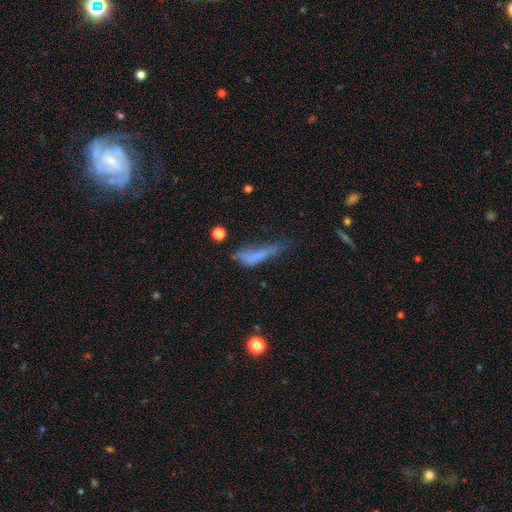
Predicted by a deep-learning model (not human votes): Morphology: type=smooth (56%); roundness=cigar-shaped (64%); merging=major disturbance (38%).